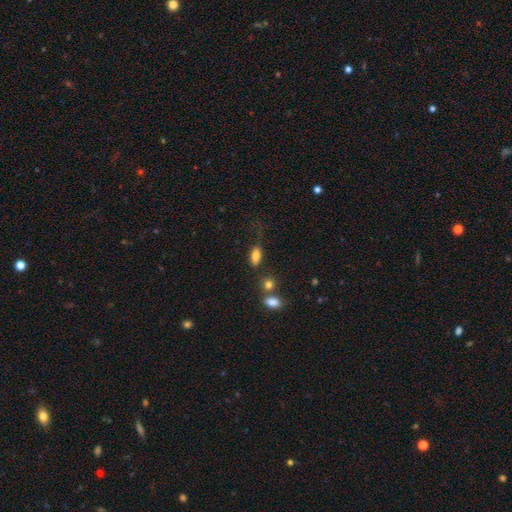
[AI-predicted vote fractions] Smooth or featured? Predicted: smooth (p=0.82). How rounded? Predicted: in between (p=0.86). Merging? Predicted: none (p=0.50).